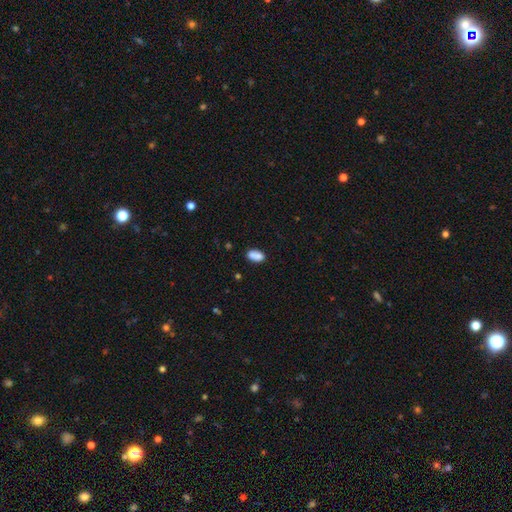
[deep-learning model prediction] Smooth or featured?
  - smooth: 85% *
  - star or artifact: 9%
  - featured or disk: 7%
How rounded?
  - in between: 90% *
  - round: 6%
  - cigar-shaped: 4%
Merging?
  - none: 69% *
  - minor disturbance: 16%
  - merger: 11%
  - major disturbance: 4%